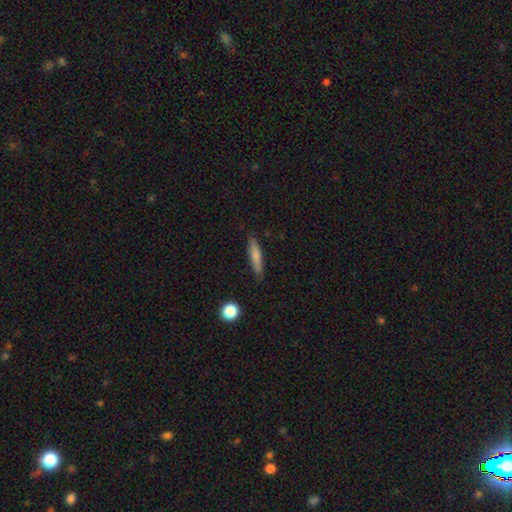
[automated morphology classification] This is likely a smooth galaxy (73%). How rounded: clearly cigar-shaped (86%). Merging: clearly none (81%).